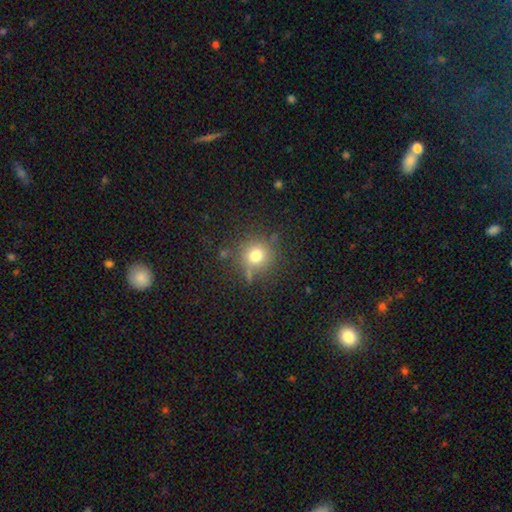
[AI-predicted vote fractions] Overall: smooth (76%). How rounded: round (90%). Merging: none (74%).